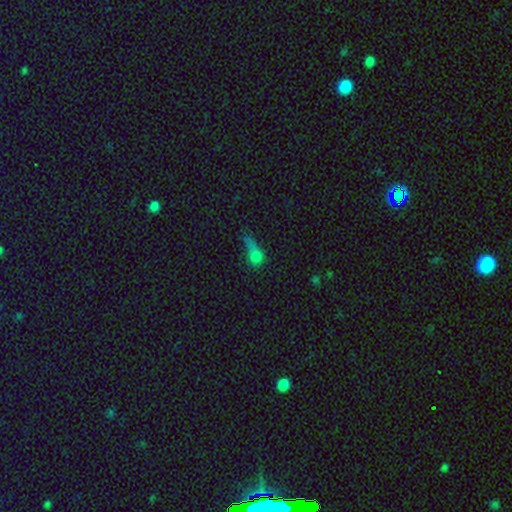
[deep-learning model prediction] Smooth or featured? smooth (68%)
How rounded? round (51%)
Merging? major disturbance (37%)